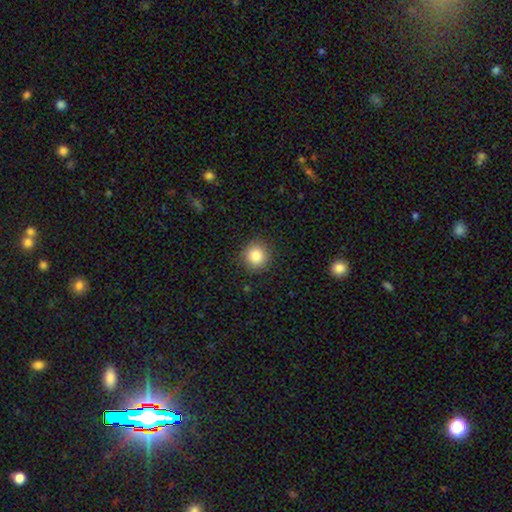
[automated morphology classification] Smooth or featured? smooth (84%)
How rounded? round (93%)
Merging? none (90%)